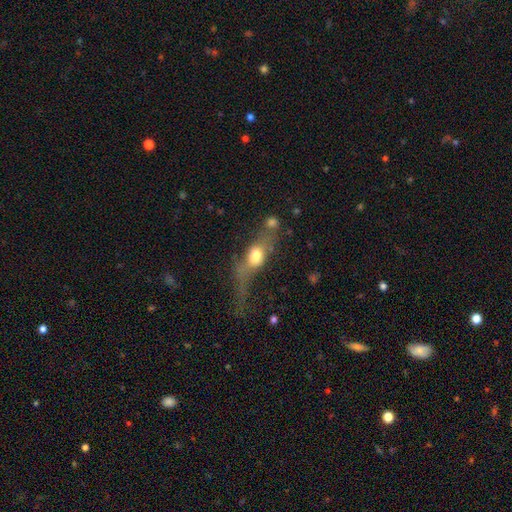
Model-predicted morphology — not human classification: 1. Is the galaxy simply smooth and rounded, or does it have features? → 56% smooth, 34% featured or disk, 10% star or artifact.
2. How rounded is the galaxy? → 62% in between, 23% cigar-shaped, 15% round.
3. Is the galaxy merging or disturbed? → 40% major disturbance, 26% none, 19% minor disturbance, 15% merger.